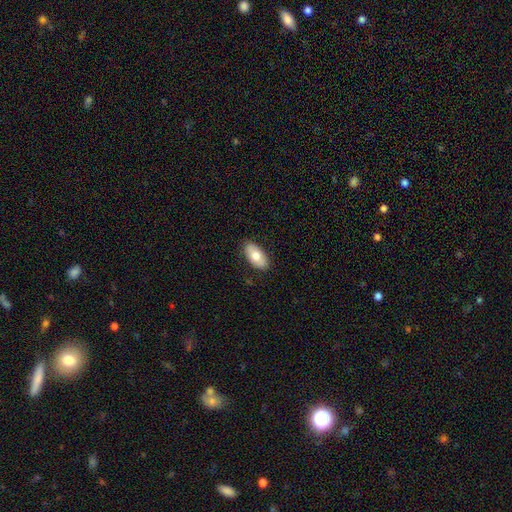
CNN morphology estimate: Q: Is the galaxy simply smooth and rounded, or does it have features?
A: smooth — 70%.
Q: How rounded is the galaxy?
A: in between — 94%.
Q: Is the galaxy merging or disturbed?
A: none — 86%.